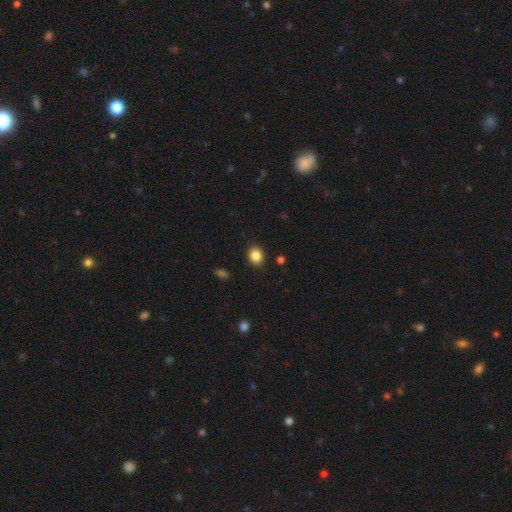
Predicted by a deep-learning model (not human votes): smooth_or_featured: smooth (p=0.86) [alt: star or artifact p=0.10]
how_rounded: round (p=0.59) [alt: in between p=0.40]
merging: none (p=0.89) [alt: minor disturbance p=0.07]